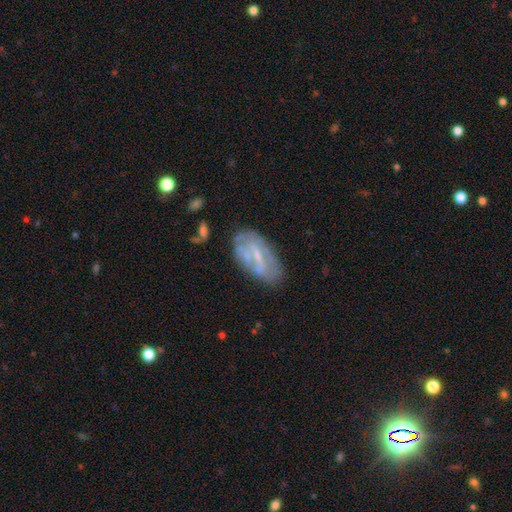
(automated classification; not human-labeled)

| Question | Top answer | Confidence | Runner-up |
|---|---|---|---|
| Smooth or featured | featured or disk | 60% | smooth (31%) |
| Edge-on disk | no | 91% | yes (9%) |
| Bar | weak | 42% | strong (30%) |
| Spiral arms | no | 55% | yes (45%) |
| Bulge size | small | 50% | none (24%) |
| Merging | none | 62% | minor disturbance (23%) |